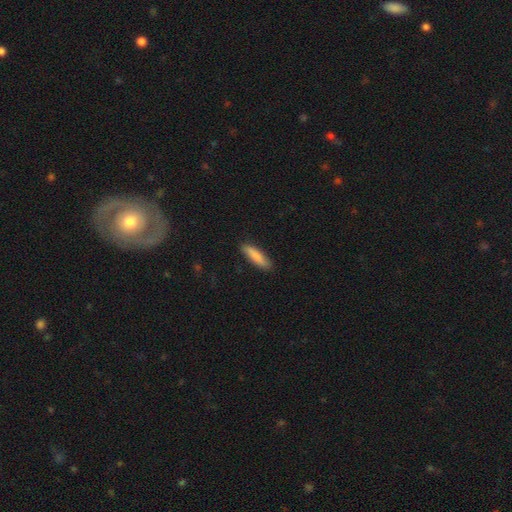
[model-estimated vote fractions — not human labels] Smooth or featured? Predicted: smooth (p=0.85). How rounded? Predicted: cigar-shaped (p=0.73). Merging? Predicted: none (p=0.87).